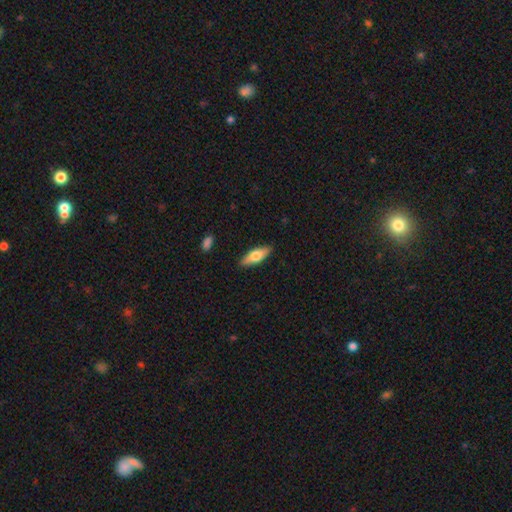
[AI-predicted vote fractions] A smooth galaxy with no disk features (62%) that is in between round and cigar-shaped (59%). Merging: none (88%).